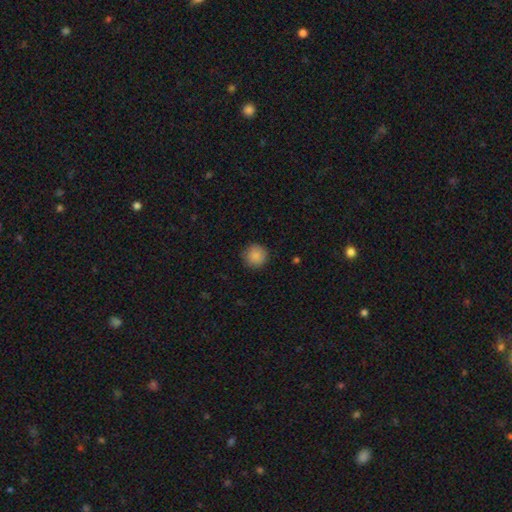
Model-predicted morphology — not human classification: type=smooth (87%); roundness=round (95%); merging=none (89%).